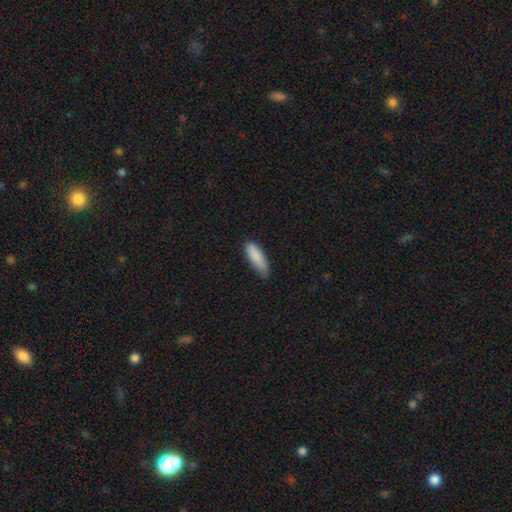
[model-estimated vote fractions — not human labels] Smooth or featured?
  - smooth: 87% *
  - featured or disk: 7%
  - star or artifact: 6%
How rounded?
  - in between: 52% *
  - cigar-shaped: 46%
  - round: 2%
Merging?
  - none: 66% *
  - minor disturbance: 29%
  - major disturbance: 4%
  - merger: 1%